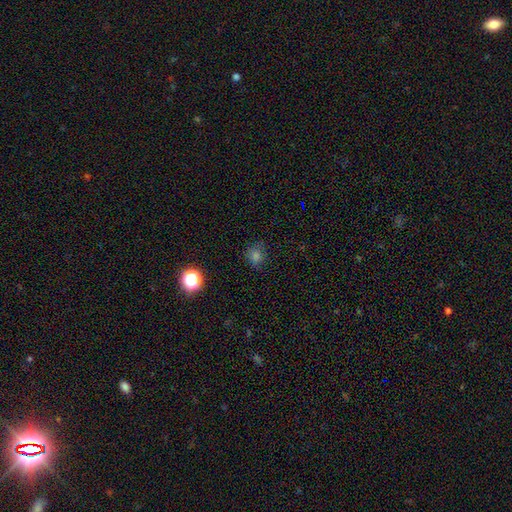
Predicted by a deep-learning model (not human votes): smooth 72%, star or artifact 22%, featured or disk 6%. Down the decision tree: how rounded — round (85%); merging — none (82%).